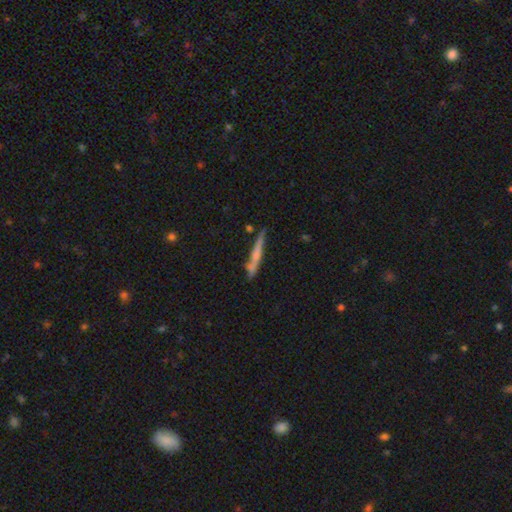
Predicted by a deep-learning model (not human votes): Q: Smooth or featured?
A: smooth (49%); runner-up: featured or disk (44%)
Q: Merging?
A: none (74%); runner-up: minor disturbance (17%)